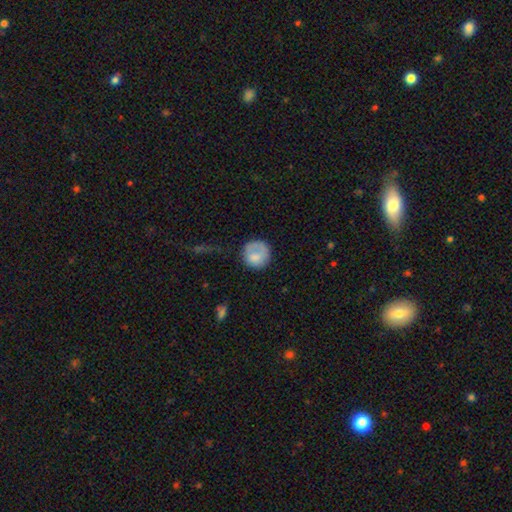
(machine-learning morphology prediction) smooth-or-featured: smooth: 78% | featured or disk: 15% | star or artifact: 7%
  how-rounded: round: 89% | in between: 10% | cigar-shaped: 1%
  merging: none: 65% | minor disturbance: 20% | major disturbance: 13% | merger: 2%